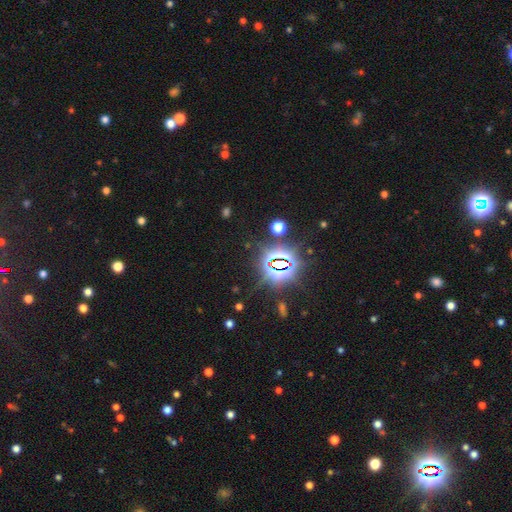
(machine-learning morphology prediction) This appears to be a star or artifact, not a galaxy (83%).